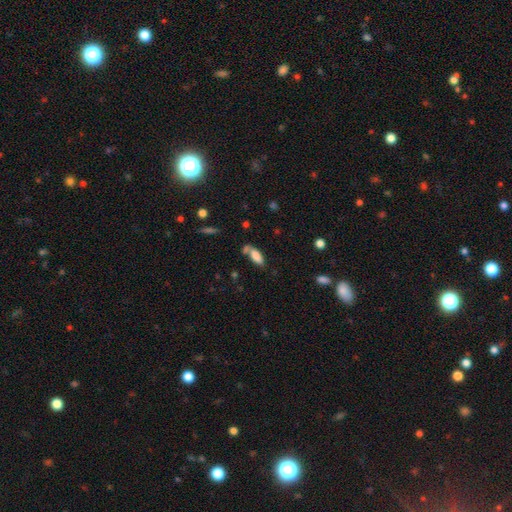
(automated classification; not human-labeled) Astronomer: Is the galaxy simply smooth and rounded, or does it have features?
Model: smooth — 80%.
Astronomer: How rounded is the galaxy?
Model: in between — 82%.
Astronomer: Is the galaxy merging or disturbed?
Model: none — 51%.